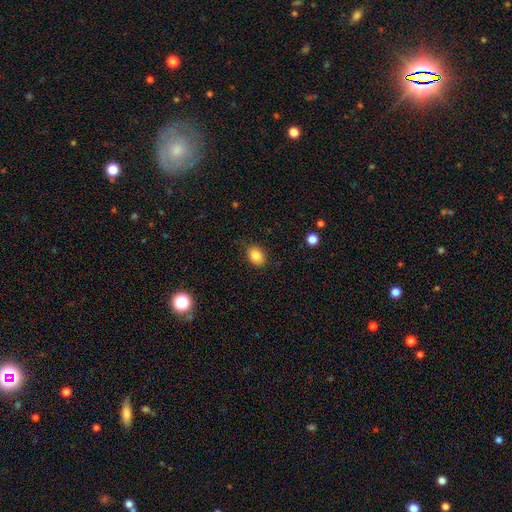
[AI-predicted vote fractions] Smooth or featured? Predicted: smooth (p=0.84). How rounded? Predicted: in between (p=0.66). Merging? Predicted: none (p=0.82).